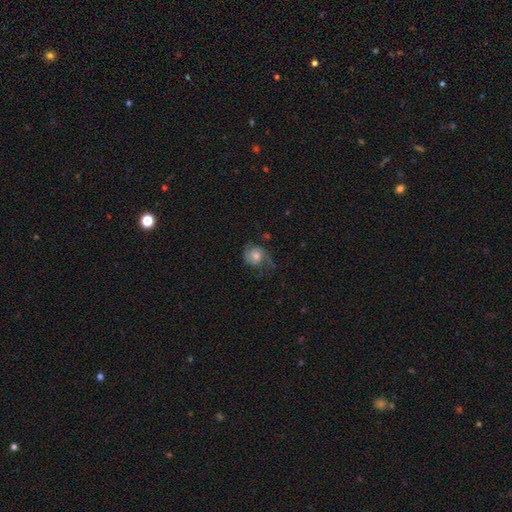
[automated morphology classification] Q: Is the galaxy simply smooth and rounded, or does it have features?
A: smooth — 48%.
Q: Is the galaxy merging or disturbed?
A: none — 49%.